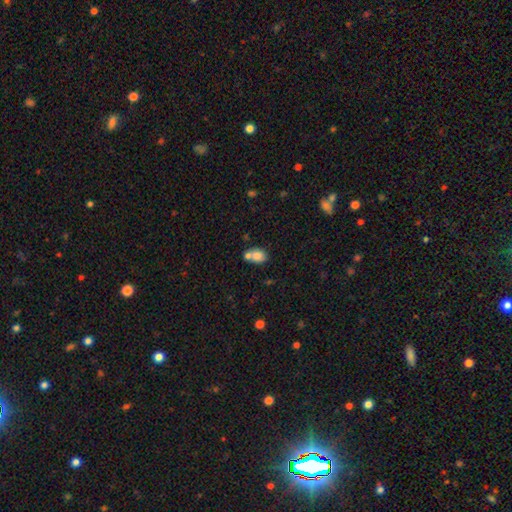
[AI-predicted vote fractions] smooth-or-featured: smooth: 80% | featured or disk: 10% | star or artifact: 9%
  how-rounded: in between: 61% | round: 38% | cigar-shaped: 1%
  merging: merger: 42% (tied) | none: 42% (tied) | minor disturbance: 12% | major disturbance: 4%